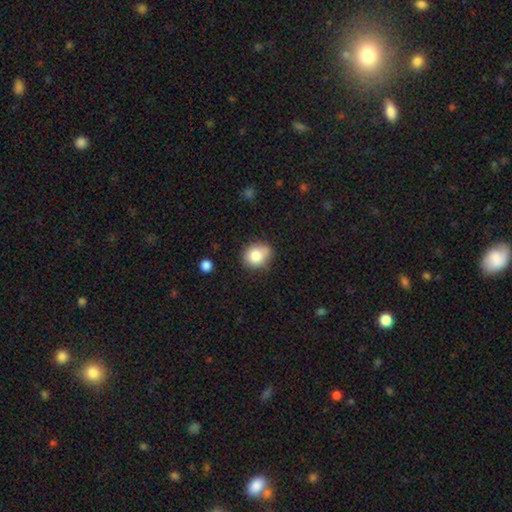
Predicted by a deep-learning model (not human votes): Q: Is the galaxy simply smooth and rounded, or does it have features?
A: smooth — 82%.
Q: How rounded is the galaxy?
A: round — 72%.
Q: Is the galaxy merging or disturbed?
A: none — 69%.